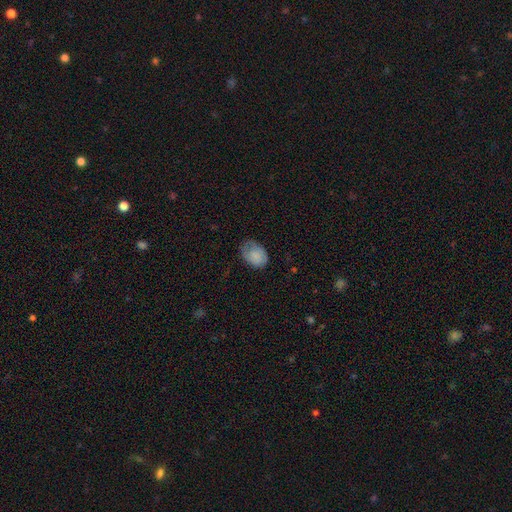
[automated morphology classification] smooth 78%, featured or disk 15%, star or artifact 8%. Down the decision tree: how rounded — in between (75%); merging — none (55%).